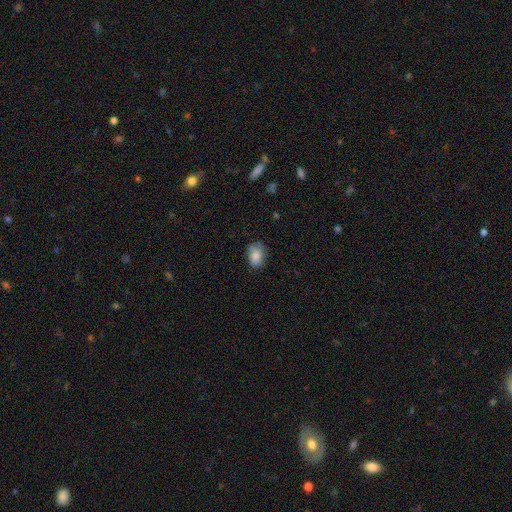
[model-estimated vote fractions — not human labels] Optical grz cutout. It shows a smooth galaxy with no disk features (84%) that is in between round and cigar-shaped (75%). Merging: none (68%).